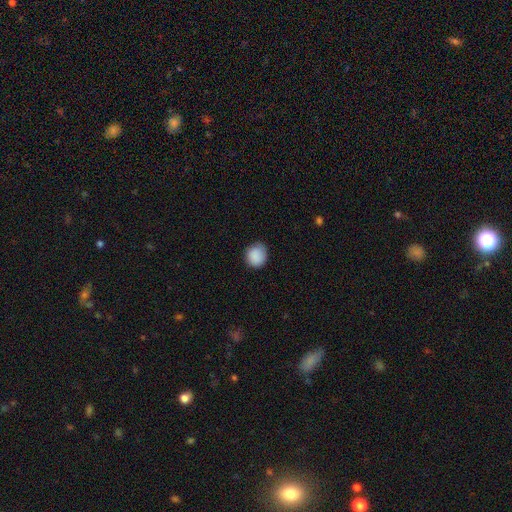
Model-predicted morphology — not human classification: Smooth or featured?
  - smooth: 89% *
  - star or artifact: 8%
  - featured or disk: 4%
How rounded?
  - round: 80% *
  - in between: 19%
  - cigar-shaped: 1%
Merging?
  - none: 79% *
  - minor disturbance: 17%
  - major disturbance: 3%
  - merger: 1%